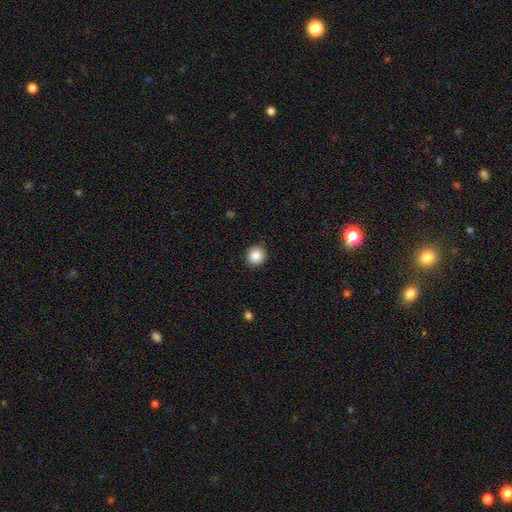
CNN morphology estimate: Smooth or featured?
  - smooth: 87% *
  - star or artifact: 9%
  - featured or disk: 4%
How rounded?
  - round: 90% *
  - in between: 9%
  - cigar-shaped: 1%
Merging?
  - none: 90% *
  - minor disturbance: 7%
  - major disturbance: 2%
  - merger: 1%